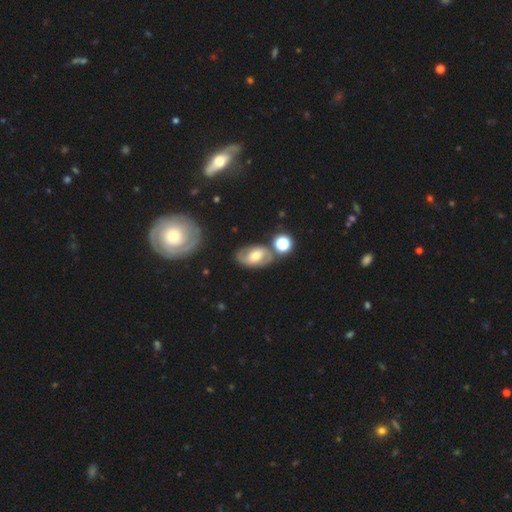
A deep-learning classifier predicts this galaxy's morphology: This appears to be a featured or disk galaxy (64%) with no bar (47%), spiral arms (81%) and a moderate central bulge (62%). Merging: none (67%).